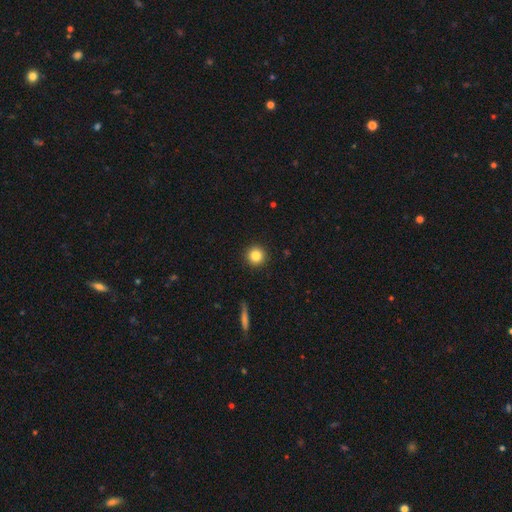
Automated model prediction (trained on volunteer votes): Smooth or featured: smooth — 84% (star or artifact — 10%)
How rounded: round — 96% (in between — 3%)
Merging: none — 92% (minor disturbance — 5%)